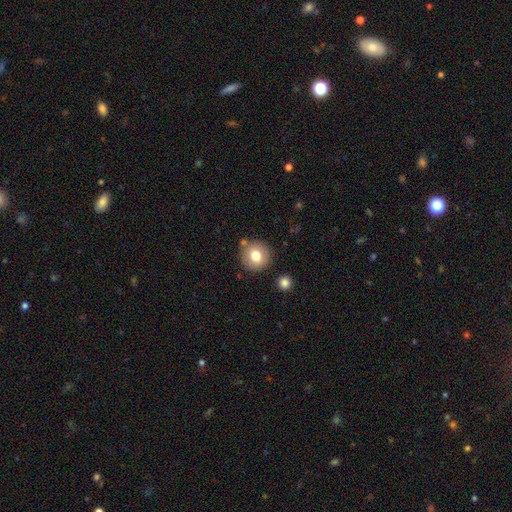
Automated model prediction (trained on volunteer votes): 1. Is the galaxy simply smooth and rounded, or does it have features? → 76% smooth, 14% featured or disk, 10% star or artifact.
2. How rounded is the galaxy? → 92% round, 7% in between, 1% cigar-shaped.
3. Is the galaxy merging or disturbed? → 82% none, 9% minor disturbance, 6% merger, 3% major disturbance.